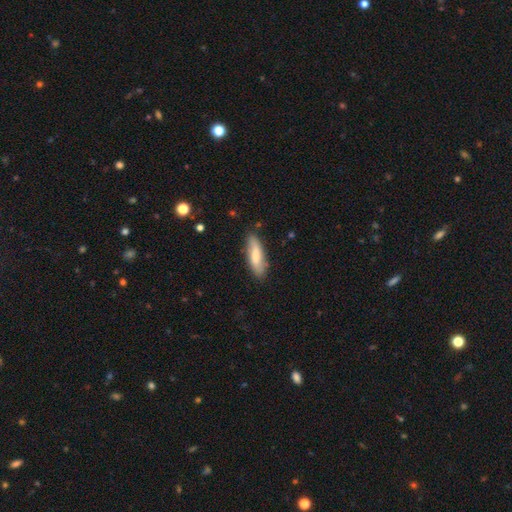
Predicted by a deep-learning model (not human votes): Q: Smooth or featured?
A: smooth (70%); runner-up: featured or disk (25%)
Q: How rounded?
A: in between (50%); runner-up: cigar-shaped (48%)
Q: Merging?
A: none (79%); runner-up: minor disturbance (16%)